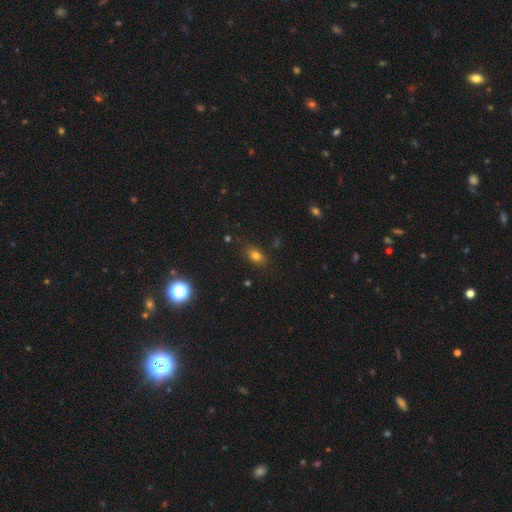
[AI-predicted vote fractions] smooth 75%, star or artifact 15%, featured or disk 10%. Down the decision tree: how rounded — in between (78%); merging — none (81%).